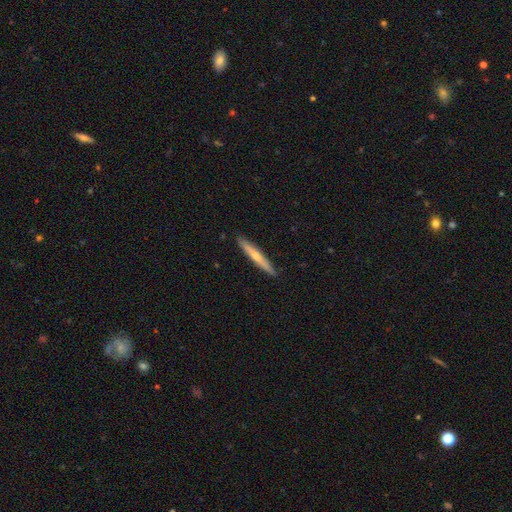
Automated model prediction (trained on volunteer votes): Smooth or featured? smooth (47%, tied with featured or disk)
Merging? none (90%)